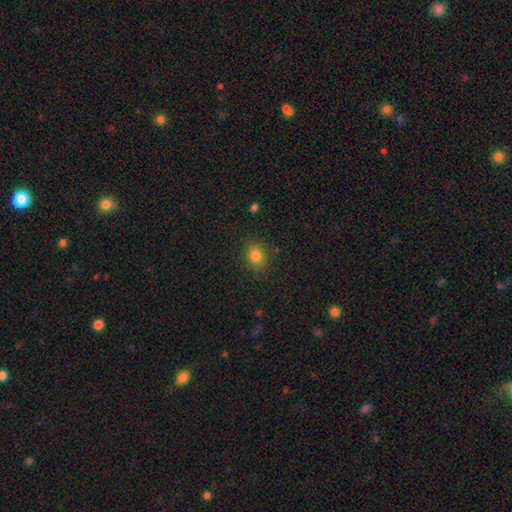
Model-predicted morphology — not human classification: A smooth galaxy with no disk features (83%) that is round (71%).

Vote fractions:
- Smooth or featured? smooth: 83% / star or artifact: 12% / featured or disk: 5%
- How rounded? round: 71% / in between: 28% / cigar-shaped: 1%
- Merging? none: 85% / minor disturbance: 10% / major disturbance: 3% / merger: 1%